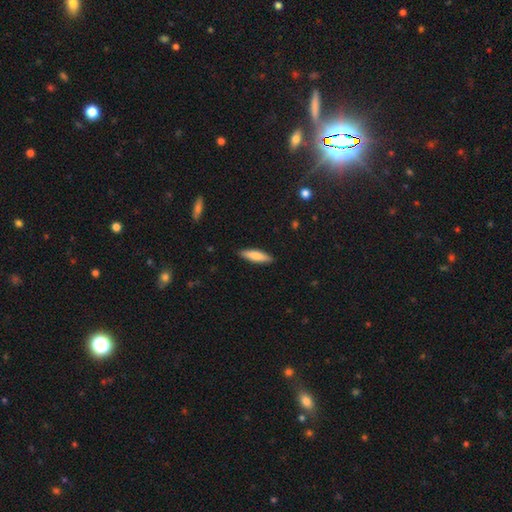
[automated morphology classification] A smooth galaxy with no disk features (76%) that is cigar-shaped (66%). Merging: none (89%).